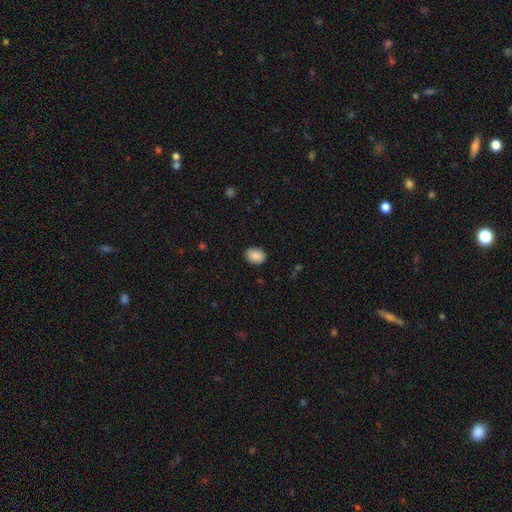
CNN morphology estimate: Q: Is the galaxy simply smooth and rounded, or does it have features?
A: smooth — 89%.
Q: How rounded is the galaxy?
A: in between — 66%.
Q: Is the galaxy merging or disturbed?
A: none — 85%.